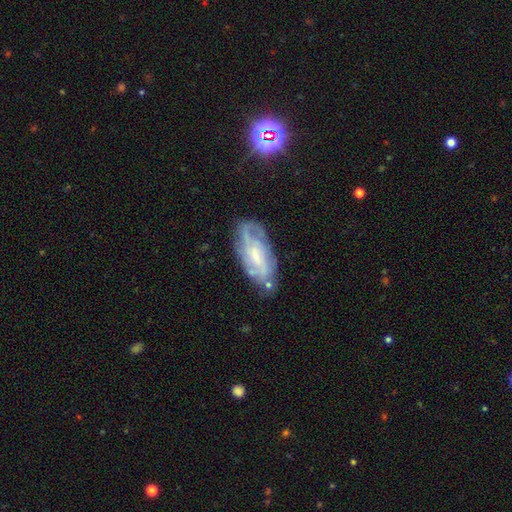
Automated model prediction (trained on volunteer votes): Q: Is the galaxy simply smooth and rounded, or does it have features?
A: featured or disk — 71%.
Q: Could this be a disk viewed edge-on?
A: no — 91%.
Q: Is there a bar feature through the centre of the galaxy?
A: no — 57%.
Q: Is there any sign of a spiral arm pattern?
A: yes — 81%.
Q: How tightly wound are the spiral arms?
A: tight — 50%.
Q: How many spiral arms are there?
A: can't tell — 51%.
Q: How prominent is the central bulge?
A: small — 68%.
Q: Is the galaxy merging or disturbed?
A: none — 65%.